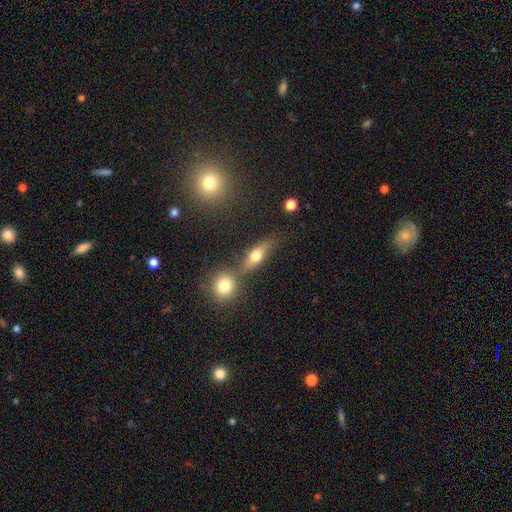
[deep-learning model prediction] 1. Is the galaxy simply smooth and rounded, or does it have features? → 57% smooth, 31% featured or disk, 12% star or artifact.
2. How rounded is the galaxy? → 53% in between, 32% cigar-shaped, 16% round.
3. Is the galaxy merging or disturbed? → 62% none, 21% merger, 11% minor disturbance, 5% major disturbance.